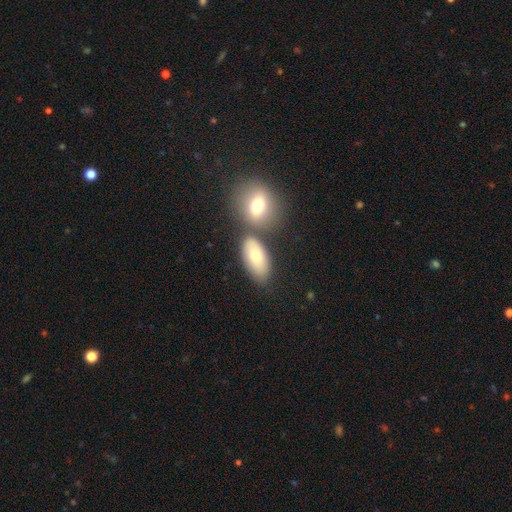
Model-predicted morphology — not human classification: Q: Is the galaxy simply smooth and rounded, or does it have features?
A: smooth — 74%.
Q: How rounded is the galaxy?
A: in between — 88%.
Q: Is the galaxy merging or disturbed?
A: none — 59%.